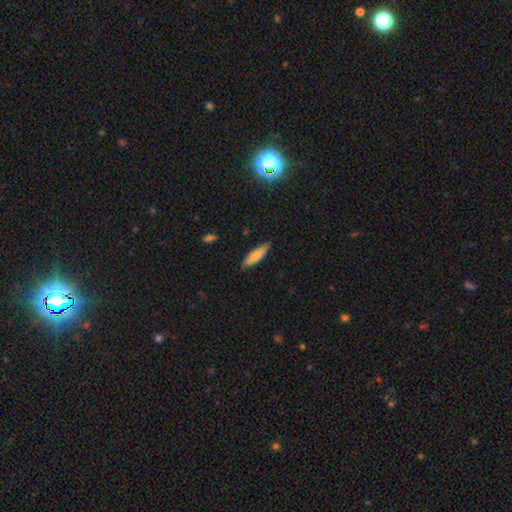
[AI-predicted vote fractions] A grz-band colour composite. It shows a smooth galaxy with no disk features (76%) that is cigar-shaped (59%). Merging: none (82%).